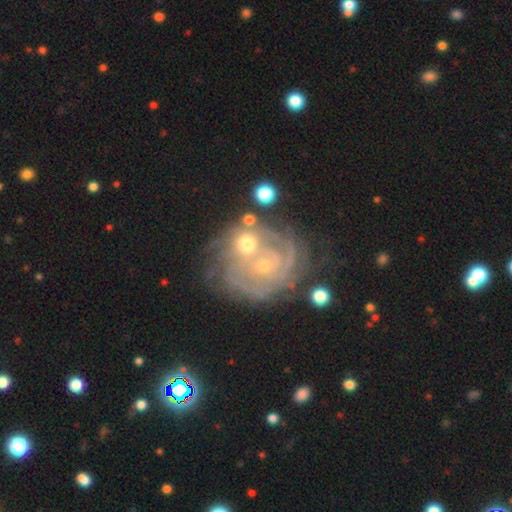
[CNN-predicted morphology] smooth-or-featured: featured or disk: 82% | star or artifact: 10% | smooth: 8%
  disk-edge-on: no: 97% | yes: 3%
    bar: no: 74% | weak: 20% | strong: 6%
    has-spiral-arms: yes: 95% | no: 5%
      spiral-winding: tight: 77% | medium: 19% | loose: 4%
      spiral-arm-count: can't tell: 32% | 3: 20% | 2: 18% | 4: 14% | more than 4: 9% | 1: 7%
    bulge-size: small: 72% | moderate: 24% | none: 2% | large: 1% | dominant: 1%
  merging: none: 64% | minor disturbance: 16% | merger: 12% | major disturbance: 8%